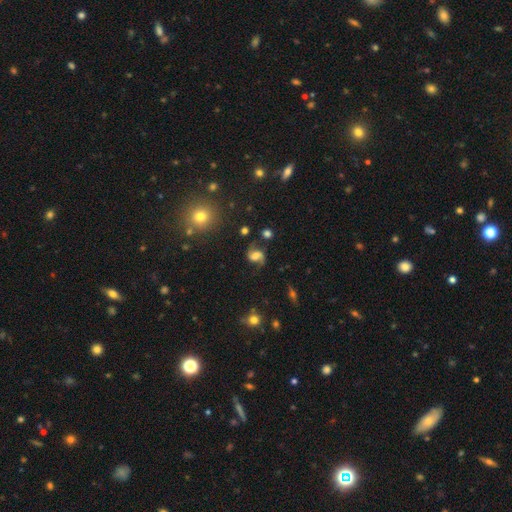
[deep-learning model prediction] smooth_or_featured: featured or disk (p=0.78) [alt: smooth p=0.13]
disk_edge_on: no (p=0.97) [alt: yes p=0.03]
bar: weak (p=0.45) [alt: no p=0.39]
has_spiral_arms: yes (p=0.95) [alt: no p=0.05]
spiral_winding: loose (p=0.60) [alt: medium p=0.33]
spiral_arm_count: 2 (p=0.92) [alt: 1 p=0.02]
bulge_size: moderate (p=0.32) [alt: large p=0.25]
merging: none (p=0.72) [alt: minor disturbance p=0.15]